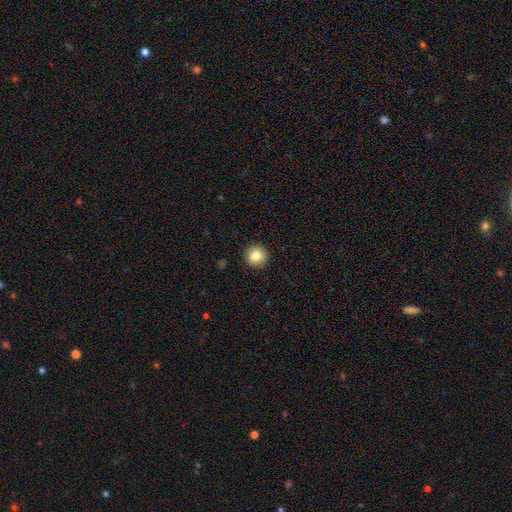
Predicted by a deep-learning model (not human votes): A smooth galaxy with no disk features (83%) that is round (96%).

Vote fractions:
- Smooth or featured? smooth: 83% / star or artifact: 9% / featured or disk: 7%
- How rounded? round: 96% / in between: 3% / cigar-shaped: 1%
- Merging? none: 93% / minor disturbance: 4% / major disturbance: 2% / merger: 1%